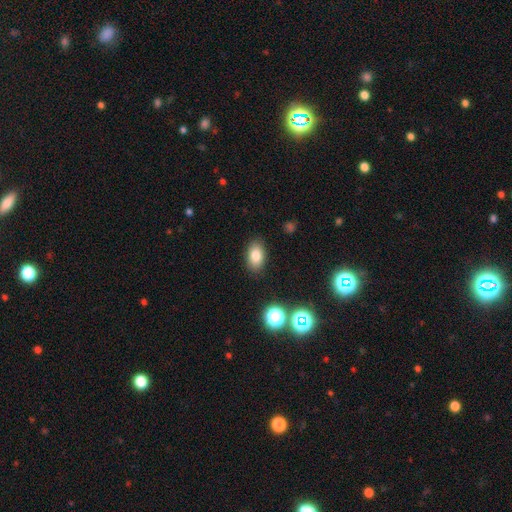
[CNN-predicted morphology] smooth-or-featured: smooth: 80% | star or artifact: 10% | featured or disk: 9%
  how-rounded: in between: 88% | round: 10% | cigar-shaped: 2%
  merging: none: 87% | minor disturbance: 9% | major disturbance: 3% | merger: 1%